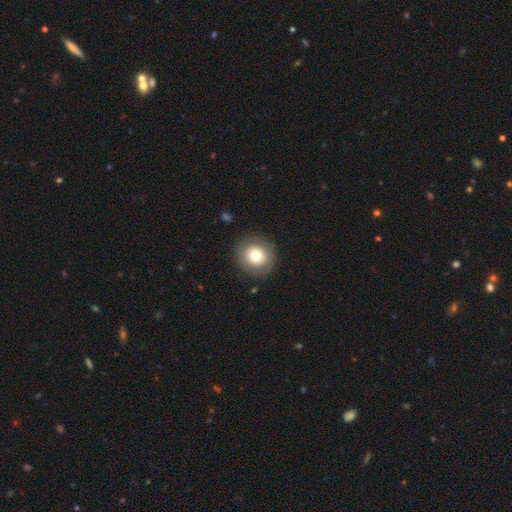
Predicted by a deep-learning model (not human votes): smooth_or_featured: smooth (p=0.71) [alt: featured or disk p=0.19]
how_rounded: round (p=0.91) [alt: in between p=0.08]
merging: none (p=0.88) [alt: minor disturbance p=0.08]